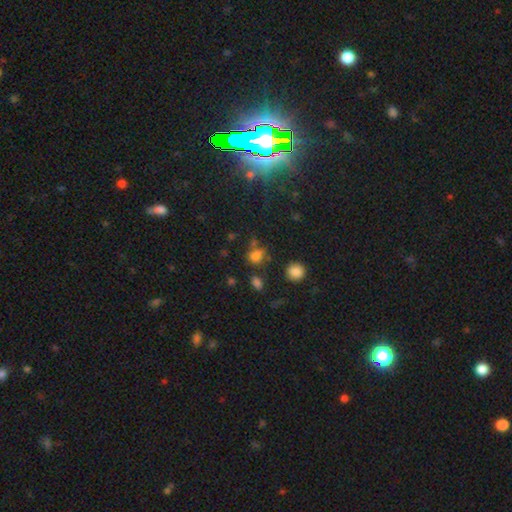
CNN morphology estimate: This appears to be a smooth galaxy with no disk features (71%) that is round (56%). Merging: none (59%).